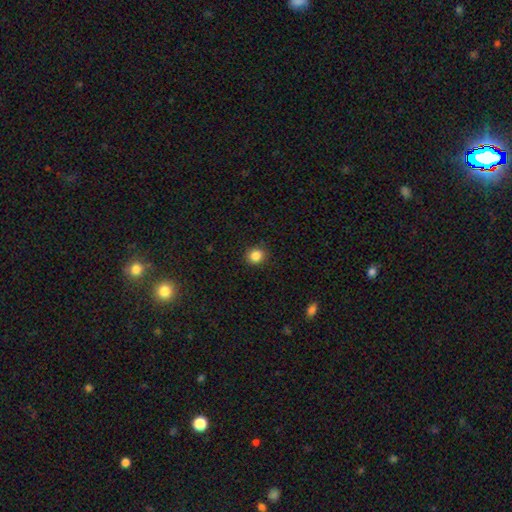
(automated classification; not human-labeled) A smooth galaxy with no disk features (86%) that is round (80%).

Vote fractions:
- Smooth or featured? smooth: 86% / star or artifact: 11% / featured or disk: 4%
- How rounded? round: 80% / in between: 19% / cigar-shaped: 1%
- Merging? none: 90% / minor disturbance: 7% / major disturbance: 2% / merger: 1%